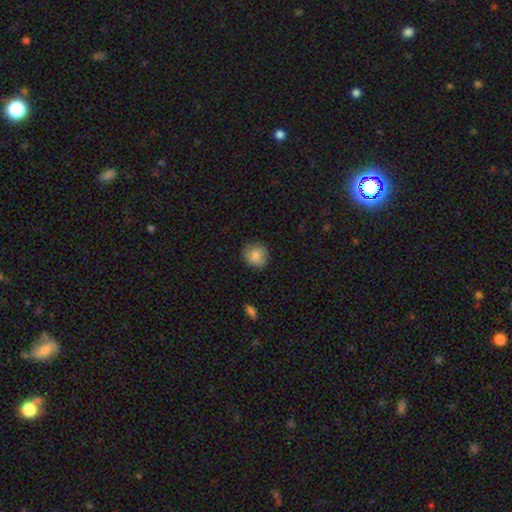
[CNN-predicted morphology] This is clearly a smooth galaxy (83%). How rounded: clearly round (82%). Merging: clearly none (81%).